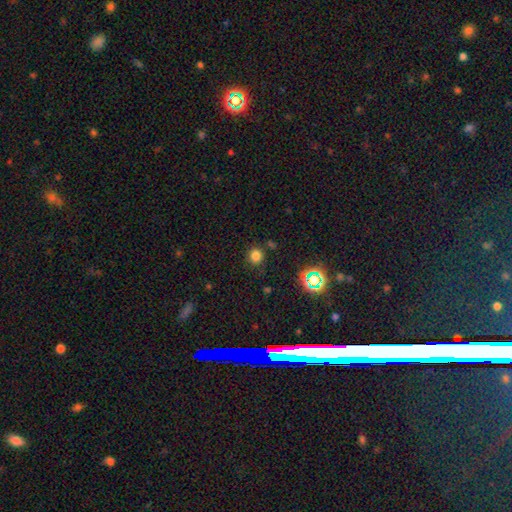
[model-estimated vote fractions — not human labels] Morphology: type=smooth (76%); roundness=round (90%); merging=none (82%).